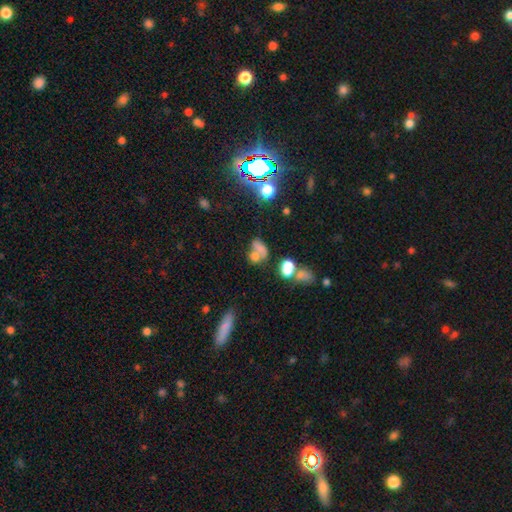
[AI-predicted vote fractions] A smooth galaxy with no disk features (61%) that is in between round and cigar-shaped (61%).

Vote fractions:
- Smooth or featured? smooth: 61% / star or artifact: 21% / featured or disk: 18%
- How rounded? in between: 61% / round: 36% / cigar-shaped: 3%
- Merging? merger: 51% / none: 28% / minor disturbance: 11% / major disturbance: 10%